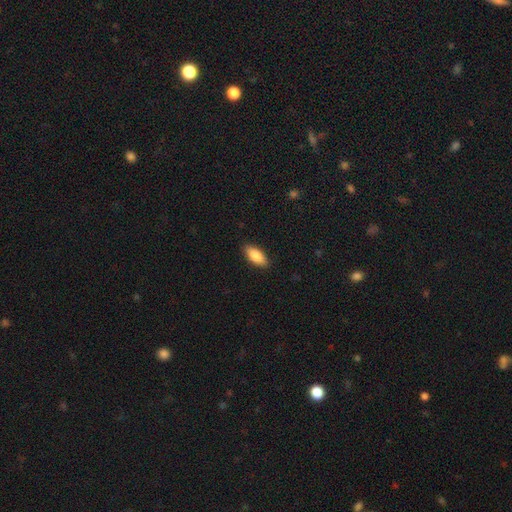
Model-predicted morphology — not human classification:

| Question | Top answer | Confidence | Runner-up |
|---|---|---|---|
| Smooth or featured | smooth | 85% | featured or disk (9%) |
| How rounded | in between | 85% | cigar-shaped (13%) |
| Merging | none | 88% | minor disturbance (9%) |